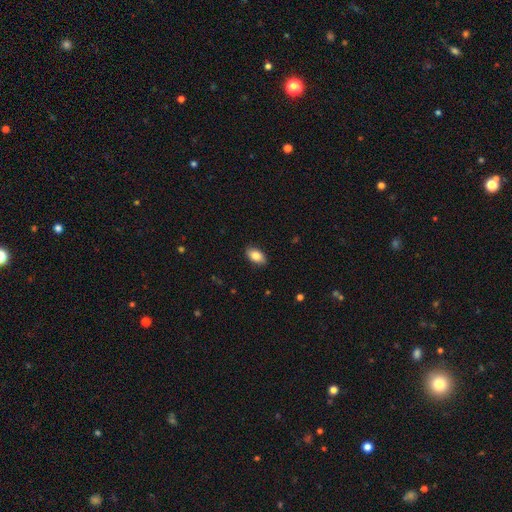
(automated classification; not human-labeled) Smooth or featured?
  - smooth: 85% *
  - featured or disk: 8%
  - star or artifact: 7%
How rounded?
  - in between: 92% *
  - round: 6%
  - cigar-shaped: 2%
Merging?
  - none: 87% *
  - minor disturbance: 9%
  - major disturbance: 2%
  - merger: 1%